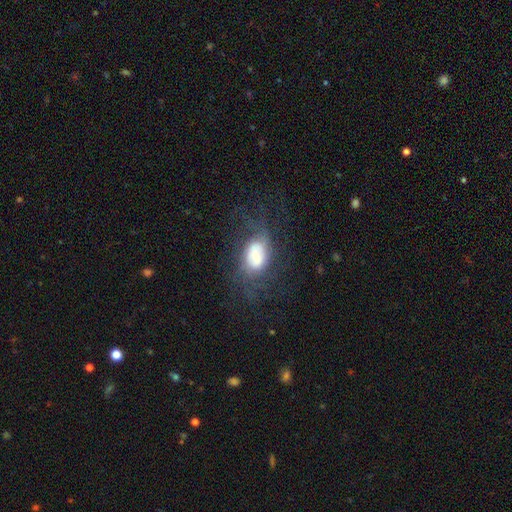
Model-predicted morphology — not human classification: This is possibly a featured or disk galaxy (50%). Merging: possibly none (54%).